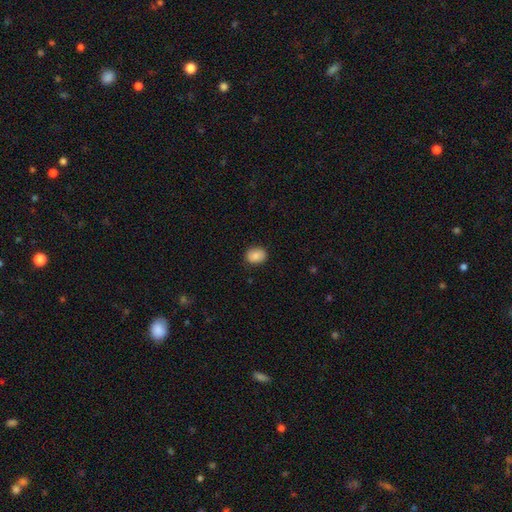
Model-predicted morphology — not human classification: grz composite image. It shows a smooth galaxy with no disk features (85%) that is in between round and cigar-shaped (53%). Merging: none (87%).